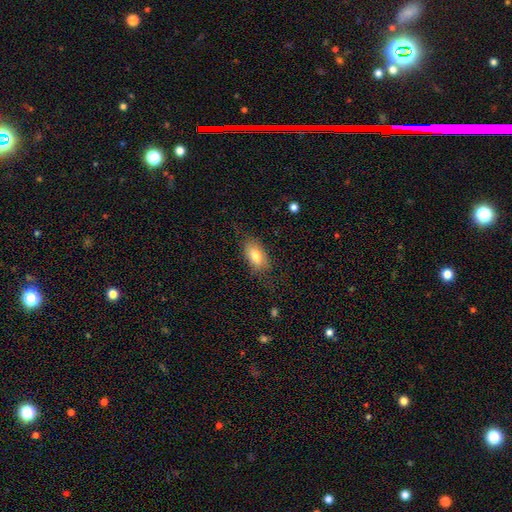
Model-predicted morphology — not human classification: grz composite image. It shows a smooth galaxy with no disk features (76%) that is in between round and cigar-shaped (90%). Merging: none (72%).